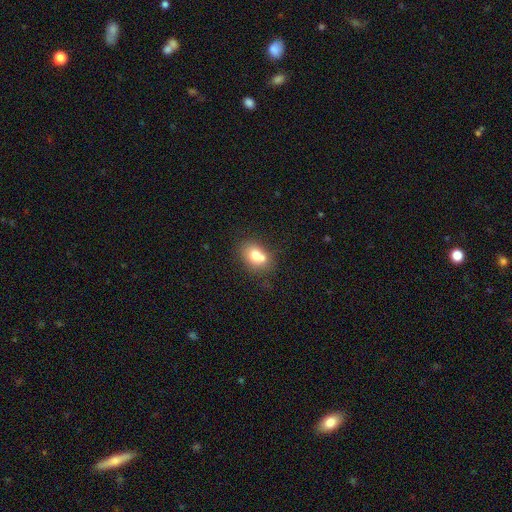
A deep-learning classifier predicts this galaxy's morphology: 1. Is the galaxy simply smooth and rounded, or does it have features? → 71% smooth, 19% featured or disk, 10% star or artifact.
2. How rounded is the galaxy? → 62% in between, 37% round, 1% cigar-shaped.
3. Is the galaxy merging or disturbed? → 45% none, 36% merger, 14% minor disturbance, 5% major disturbance.